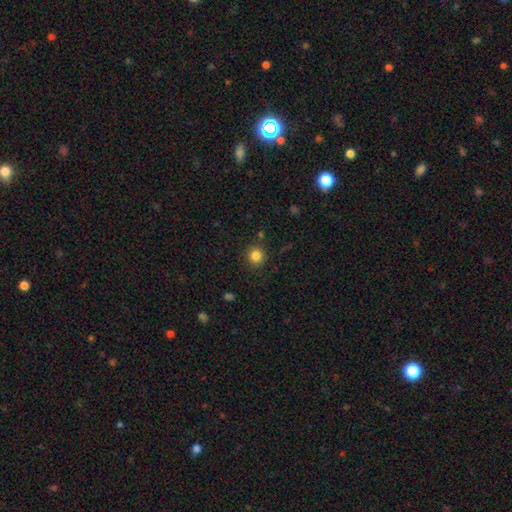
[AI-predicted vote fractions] Smooth or featured?
  - smooth: 83% *
  - star or artifact: 12%
  - featured or disk: 5%
How rounded?
  - round: 91% *
  - in between: 8%
  - cigar-shaped: 1%
Merging?
  - none: 88% *
  - minor disturbance: 7%
  - major disturbance: 3%
  - merger: 2%